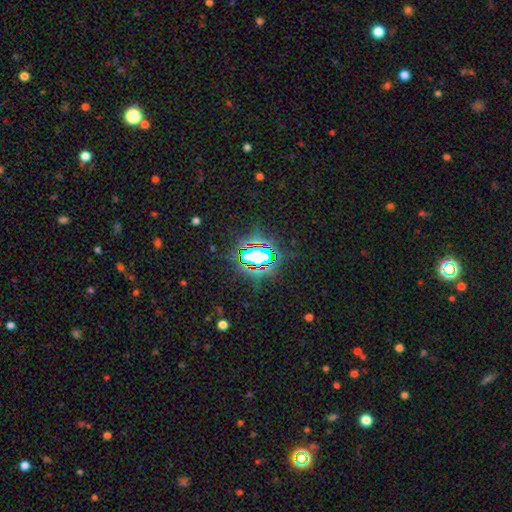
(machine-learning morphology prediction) A star or artifact, not a galaxy (74%).

Vote fractions:
- Smooth or featured? star or artifact: 74% / smooth: 15% / featured or disk: 12%